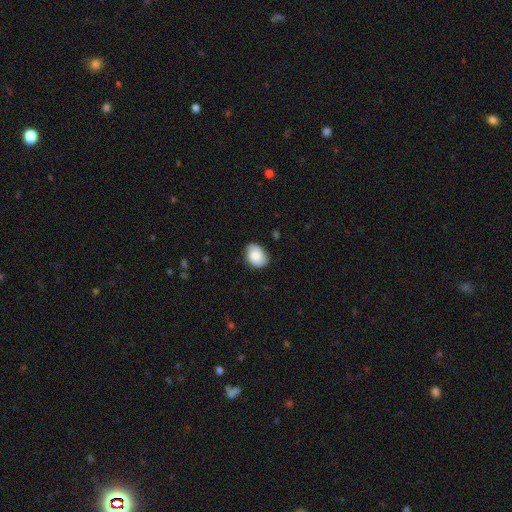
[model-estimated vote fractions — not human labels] Smooth or featured? Predicted: smooth (p=0.75). How rounded? Predicted: in between (p=0.63). Merging? Predicted: none (p=0.74).